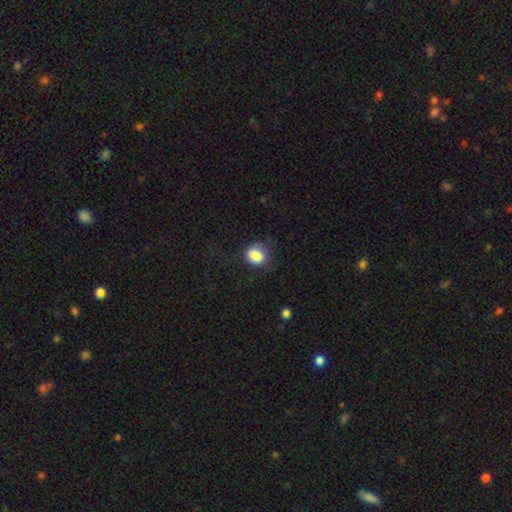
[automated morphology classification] Smooth or featured?
  - smooth: 84% *
  - star or artifact: 9%
  - featured or disk: 6%
How rounded?
  - round: 63% *
  - in between: 36%
  - cigar-shaped: 1%
Merging?
  - none: 70% *
  - minor disturbance: 20%
  - major disturbance: 8%
  - merger: 2%